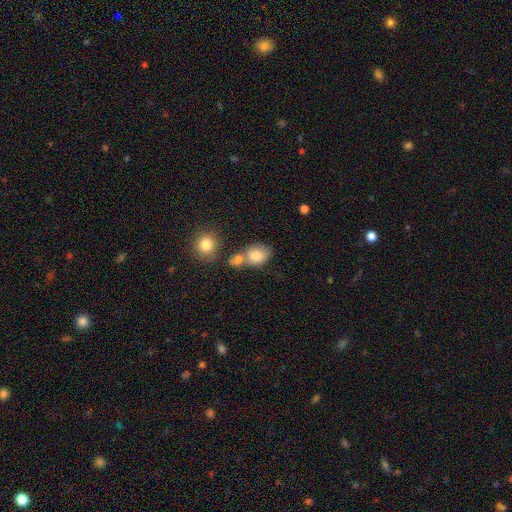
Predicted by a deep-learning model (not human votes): A smooth galaxy with no disk features (79%) that is in between round and cigar-shaped (59%). Merging: none (41%).